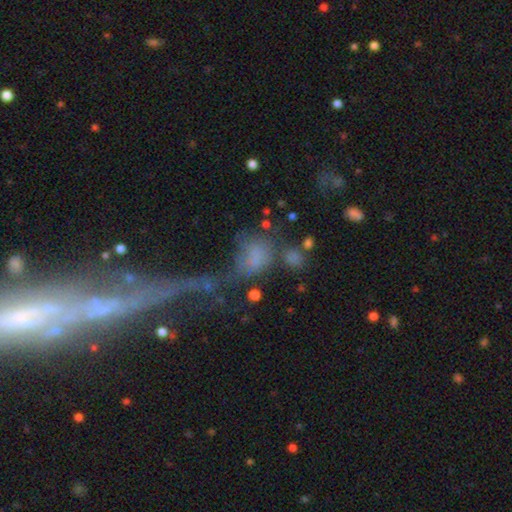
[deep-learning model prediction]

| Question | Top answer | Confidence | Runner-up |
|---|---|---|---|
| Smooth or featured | smooth | 59% | featured or disk (22%) |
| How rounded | in between | 63% | round (33%) |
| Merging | major disturbance | 34% | merger (27%) |